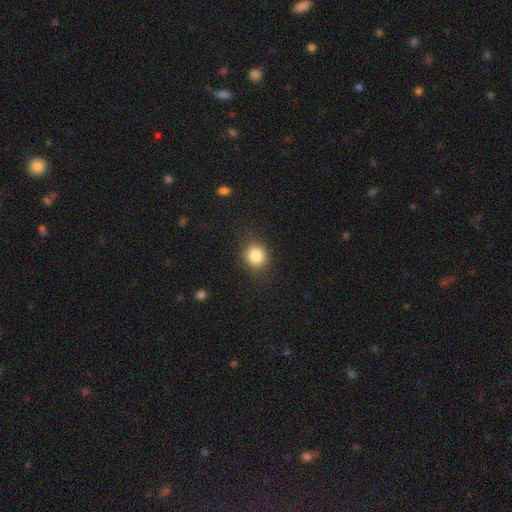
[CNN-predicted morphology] Smooth or featured: smooth — 84% (star or artifact — 10%)
How rounded: round — 75% (in between — 24%)
Merging: none — 84% (minor disturbance — 11%)